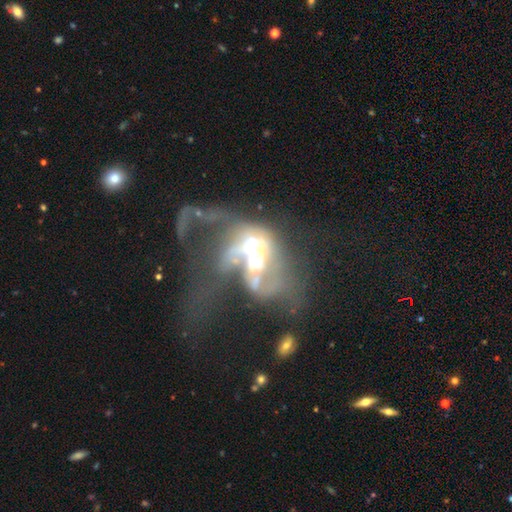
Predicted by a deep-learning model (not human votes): A featured or disk galaxy (70%) with no bar (66%), no spiral arms (60%) and a moderate central bulge (56%).

Vote fractions:
- Smooth or featured? featured or disk: 70% / smooth: 17% / star or artifact: 13%
- Edge-on disk? no: 95% / yes: 5%
- Bar? no: 66% / weak: 23% / strong: 12%
- Spiral arms? no: 60% / yes: 40%
- Bulge size? moderate: 56% / large: 21% / small: 13% / none: 5% / dominant: 5%
- Merging? merger: 55% / major disturbance: 33% / none: 7% / minor disturbance: 5%